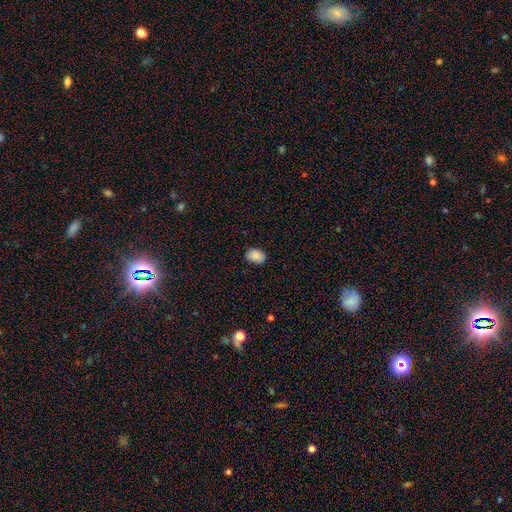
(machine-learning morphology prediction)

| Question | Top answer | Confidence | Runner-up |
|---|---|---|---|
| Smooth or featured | smooth | 88% | star or artifact (8%) |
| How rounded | in between | 76% | round (23%) |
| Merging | none | 83% | minor disturbance (14%) |